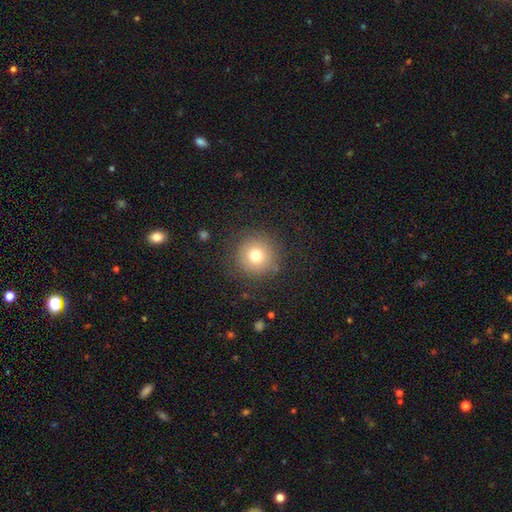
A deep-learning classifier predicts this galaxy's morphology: smooth 74%, star or artifact 13%, featured or disk 13%. Down the decision tree: how rounded — round (95%); merging — none (85%).